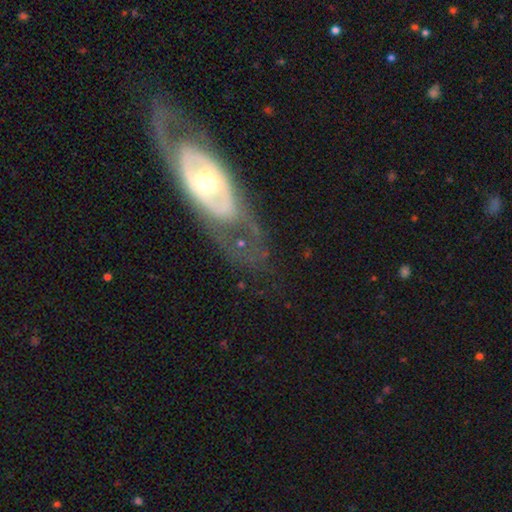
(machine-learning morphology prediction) This is likely a featured or disk galaxy (75%). It is clearly not viewed edge-on (87%). Bar: likely no (74%). Spiral arm pattern: possibly no (56%). Central bulge: possibly moderate (60%). Merging: likely none (66%).